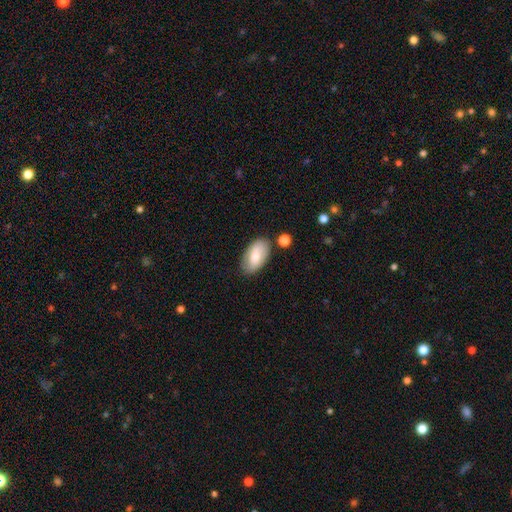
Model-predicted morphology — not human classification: smooth-or-featured: smooth: 71% | featured or disk: 22% | star or artifact: 7%
  how-rounded: in between: 93% | round: 4% | cigar-shaped: 3%
  merging: none: 78% | minor disturbance: 14% | merger: 5% | major disturbance: 3%